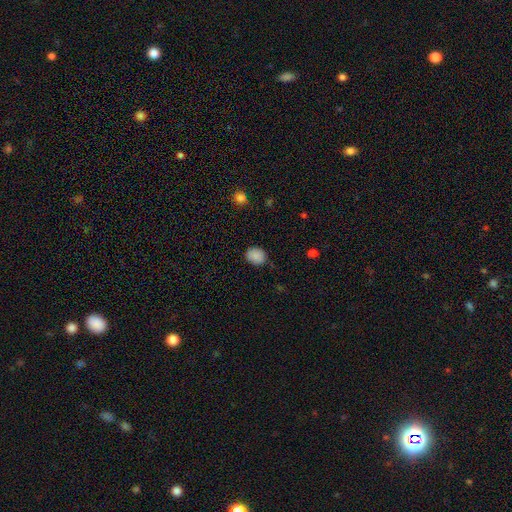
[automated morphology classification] A smooth galaxy with no disk features (88%) that is round (54%). Merging: none (83%).